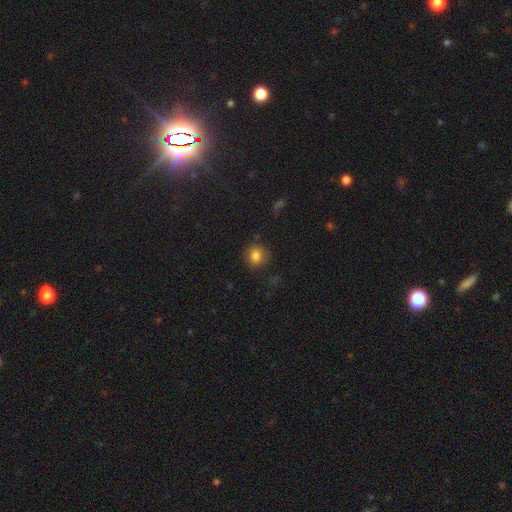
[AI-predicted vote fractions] Q: Smooth or featured?
A: smooth (81%); runner-up: star or artifact (12%)
Q: How rounded?
A: round (78%); runner-up: in between (21%)
Q: Merging?
A: none (80%); runner-up: minor disturbance (14%)